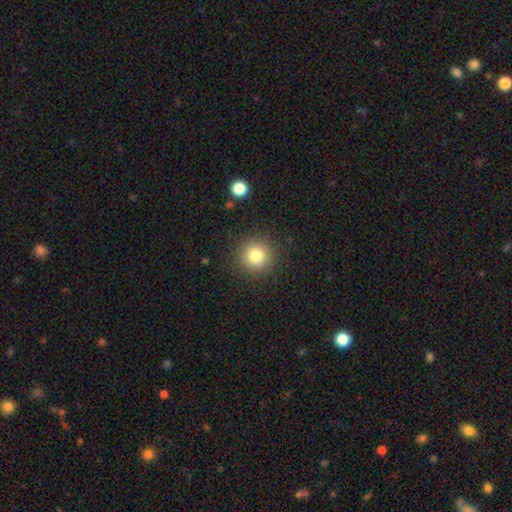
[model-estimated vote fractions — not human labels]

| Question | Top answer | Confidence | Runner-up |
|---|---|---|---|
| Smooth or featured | smooth | 80% | star or artifact (12%) |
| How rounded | round | 94% | in between (5%) |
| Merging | none | 89% | minor disturbance (6%) |